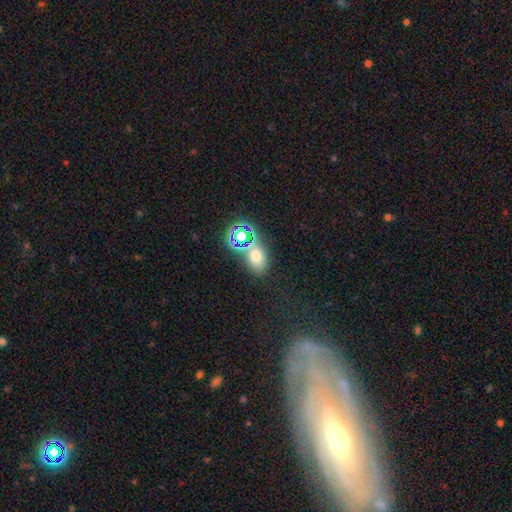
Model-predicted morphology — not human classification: Overall: smooth (61%; star or artifact 28%). How rounded: in between (78%). Merging: none (64%).